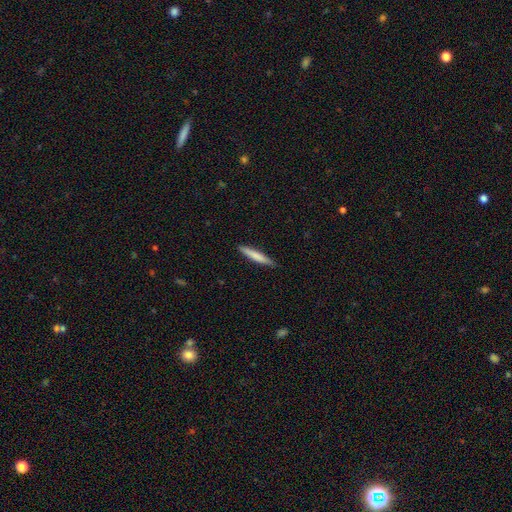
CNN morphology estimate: type=smooth (75%); roundness=cigar-shaped (93%); merging=none (89%).